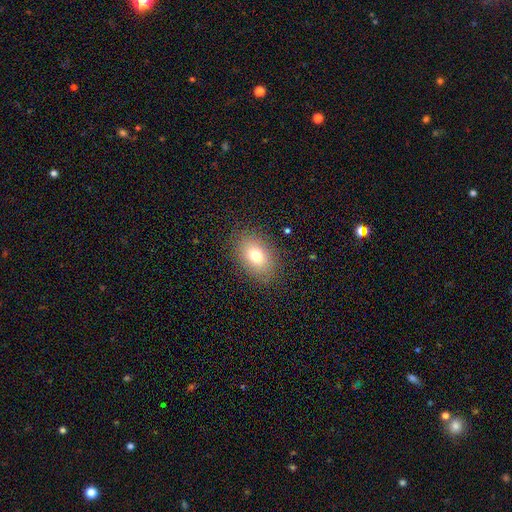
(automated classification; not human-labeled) A smooth galaxy with no disk features (75%) that is in between round and cigar-shaped (79%). Merging: none (85%).